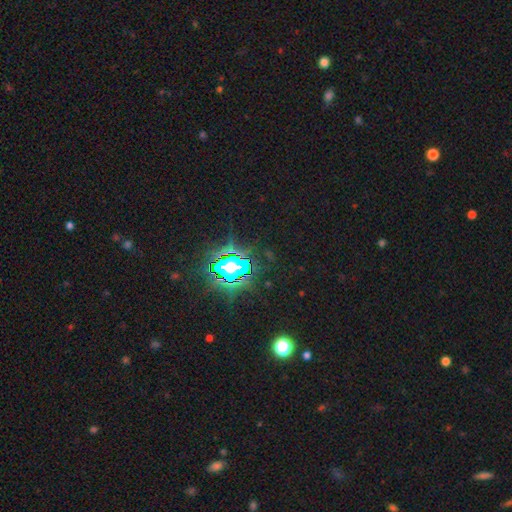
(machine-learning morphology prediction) type=star or artifact (85%).